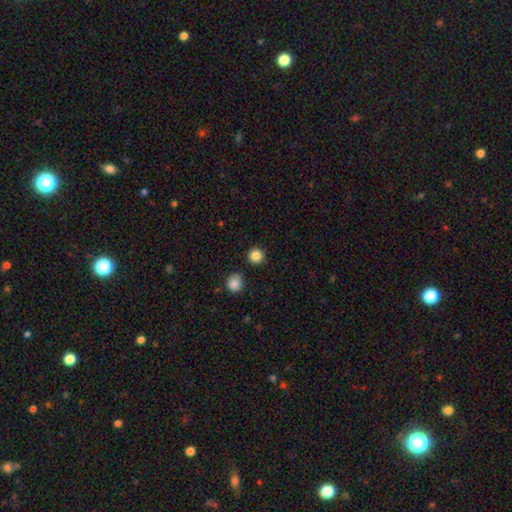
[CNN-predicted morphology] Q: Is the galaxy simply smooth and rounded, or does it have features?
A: smooth — 85%.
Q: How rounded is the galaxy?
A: round — 95%.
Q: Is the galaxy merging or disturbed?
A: none — 89%.